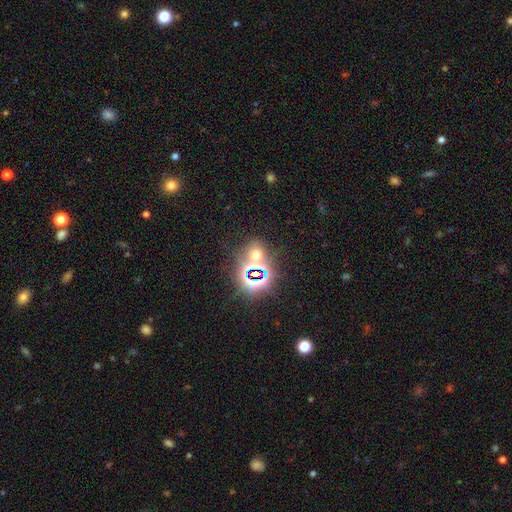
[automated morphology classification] smooth-or-featured: star or artifact: 53% | smooth: 38% | featured or disk: 10%